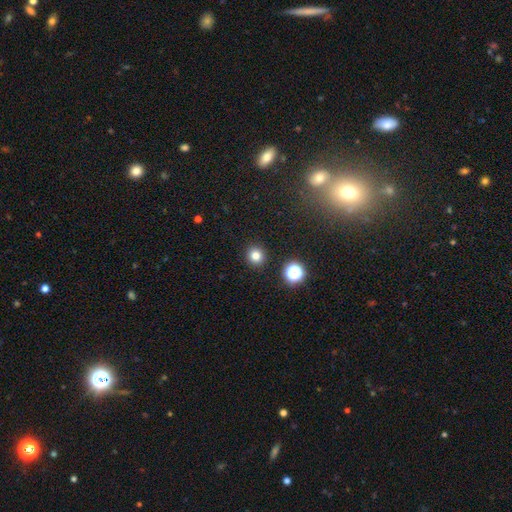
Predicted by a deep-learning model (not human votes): This is likely a smooth galaxy (79%). How rounded: clearly round (92%). Merging: clearly none (92%).